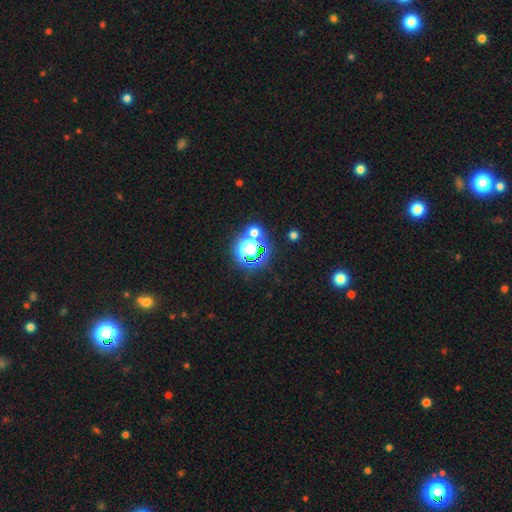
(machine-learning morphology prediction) This appears to be a star or artifact, not a galaxy (62%).